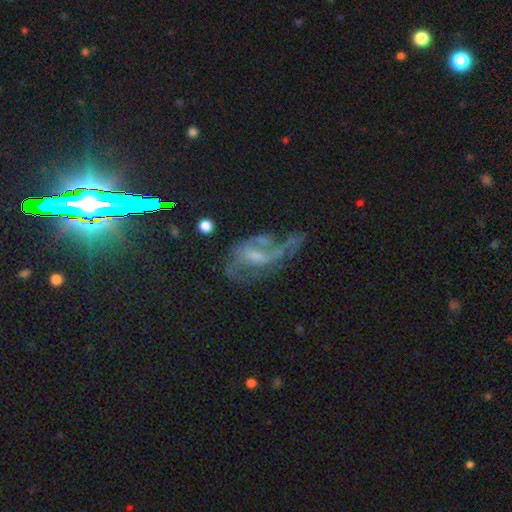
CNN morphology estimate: Smooth or featured: featured or disk — 71% (smooth — 15%)
Edge-on disk: no — 95% (yes — 5%)
Bar: no — 48% (weak — 41%)
Spiral arms: yes — 76% (no — 24%)
Spiral winding: loose — 49% (medium — 37%)
Spiral arm count: 2 — 44% (1 — 26%)
Bulge size: small — 44% (moderate — 34%)
Merging: major disturbance — 43% (none — 31%)